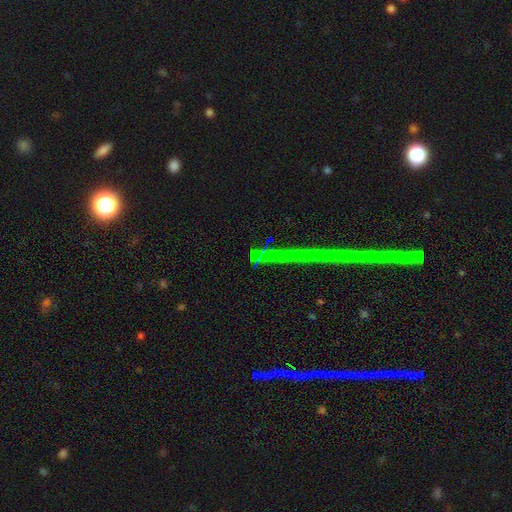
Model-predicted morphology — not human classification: This appears to be a star or artifact, not a galaxy (77%).